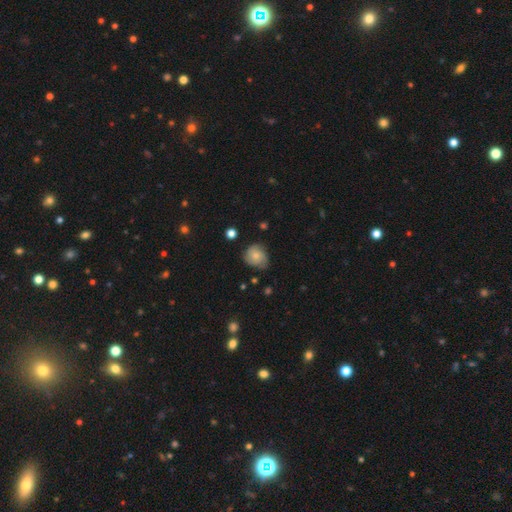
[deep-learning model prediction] Morphology: type=smooth (61%); roundness=round (69%); merging=none (59%).